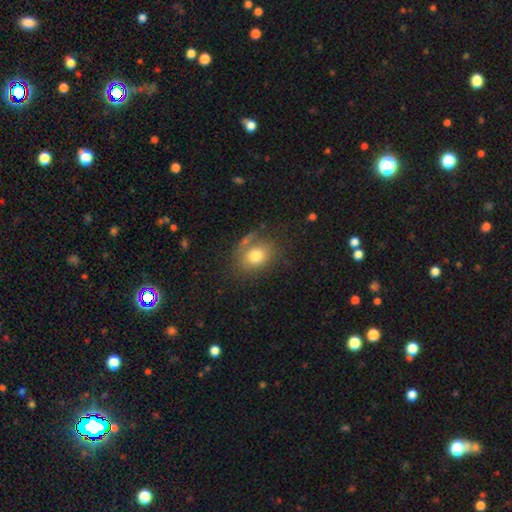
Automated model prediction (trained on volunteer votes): A smooth galaxy with no disk features (75%) that is in between round and cigar-shaped (53%).

Vote fractions:
- Smooth or featured? smooth: 75% / featured or disk: 15% / star or artifact: 10%
- How rounded? in between: 53% / round: 46% / cigar-shaped: 1%
- Merging? none: 62% / minor disturbance: 19% / major disturbance: 10% / merger: 9%